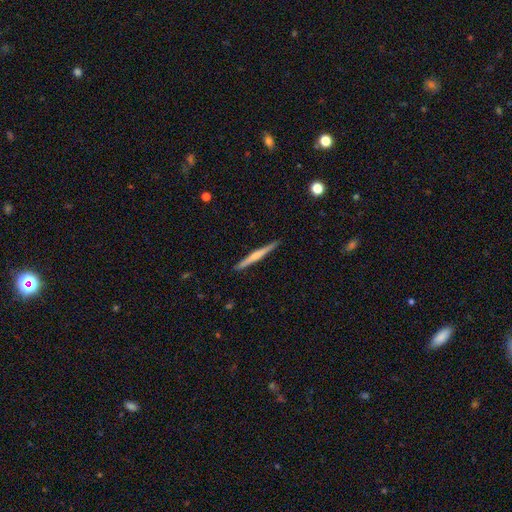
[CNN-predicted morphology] This is likely a featured or disk galaxy (69%). It is clearly viewed edge-on (98%). Edge-on bulge: likely rounded (68%). Merging: clearly none (92%).